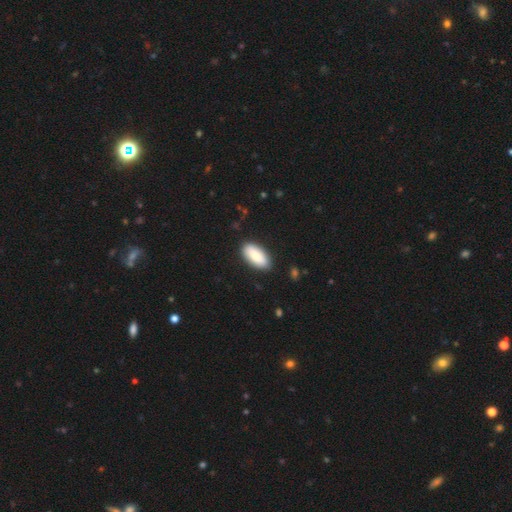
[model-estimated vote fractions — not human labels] smooth_or_featured: smooth (p=0.87) [alt: featured or disk p=0.08]
how_rounded: in between (p=0.90) [alt: cigar-shaped p=0.09]
merging: none (p=0.87) [alt: minor disturbance p=0.10]